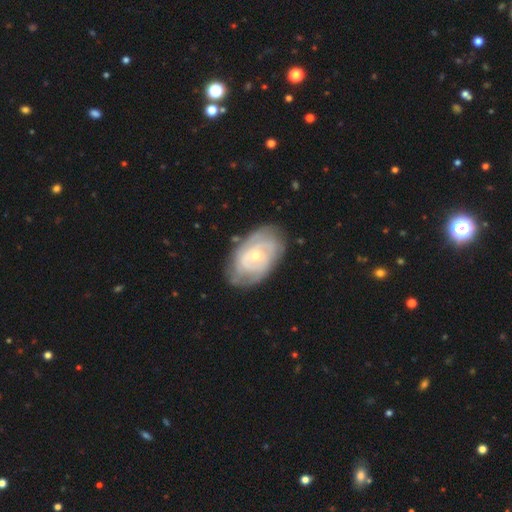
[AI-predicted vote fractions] A featured or disk galaxy (78%) with no bar (69%), tight (69%) spiral arms (88%) and a small central bulge (63%). Merging: none (73%).